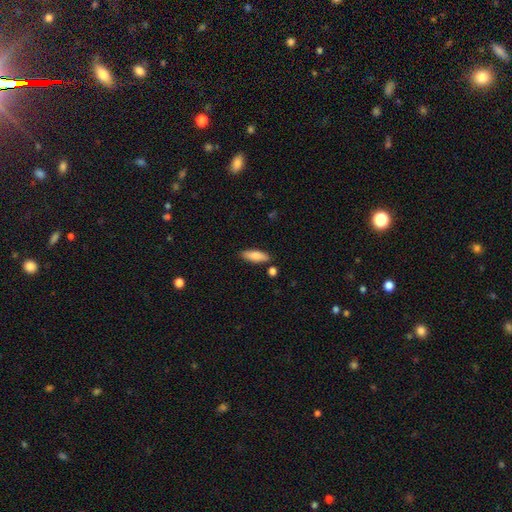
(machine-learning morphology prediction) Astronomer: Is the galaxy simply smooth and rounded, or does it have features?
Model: smooth — 82%.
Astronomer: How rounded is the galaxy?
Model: in between — 63%.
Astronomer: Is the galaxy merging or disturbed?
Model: none — 83%.